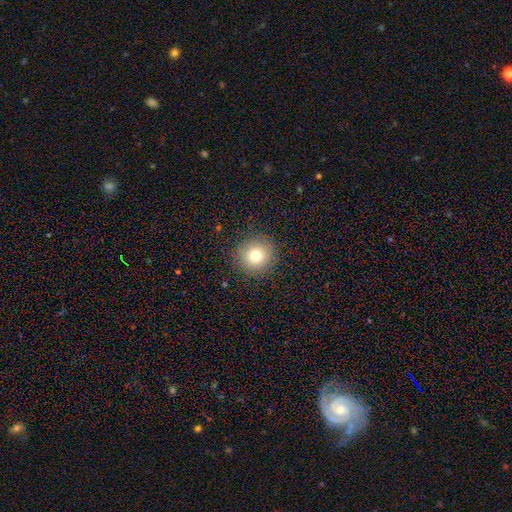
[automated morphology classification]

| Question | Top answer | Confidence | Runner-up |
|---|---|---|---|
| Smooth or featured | smooth | 76% | star or artifact (14%) |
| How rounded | round | 94% | in between (5%) |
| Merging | none | 89% | minor disturbance (7%) |